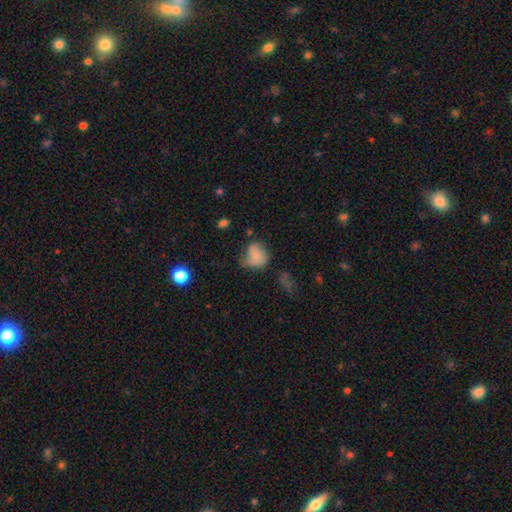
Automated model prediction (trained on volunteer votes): A smooth galaxy with no disk features (72%) that is in between round and cigar-shaped (50%). Merging: none (39%).